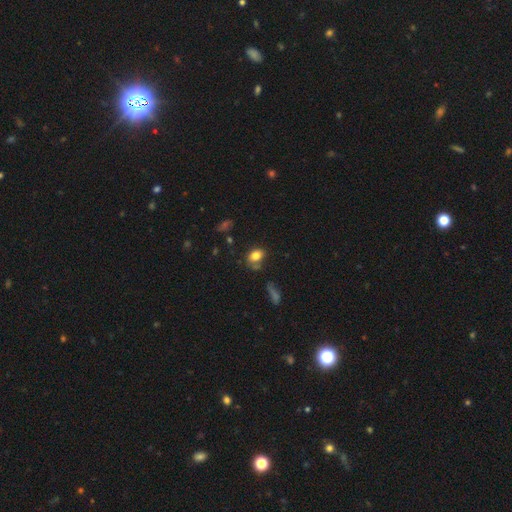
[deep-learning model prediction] smooth_or_featured: smooth (p=0.80) [alt: star or artifact p=0.10]
how_rounded: in between (p=0.72) [alt: round p=0.27]
merging: none (p=0.61) [alt: minor disturbance p=0.23]